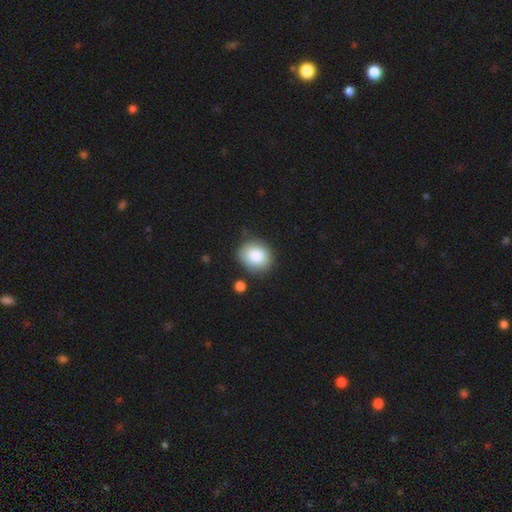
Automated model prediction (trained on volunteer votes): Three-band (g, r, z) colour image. It shows a smooth galaxy with no disk features (83%) that is round (66%). Merging: none (80%).